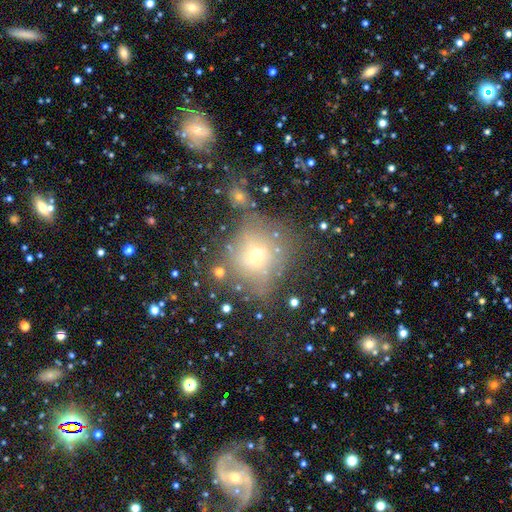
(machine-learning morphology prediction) Q: Smooth or featured?
A: smooth (49%); runner-up: star or artifact (28%)
Q: Merging?
A: none (62%); runner-up: minor disturbance (16%)